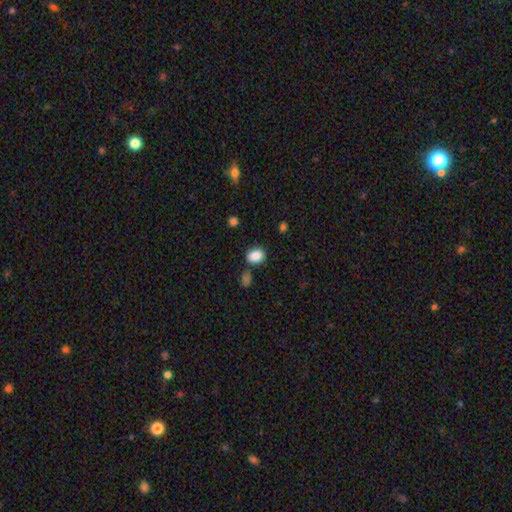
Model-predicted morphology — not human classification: type=smooth (86%); roundness=round (52%); merging=none (78%).